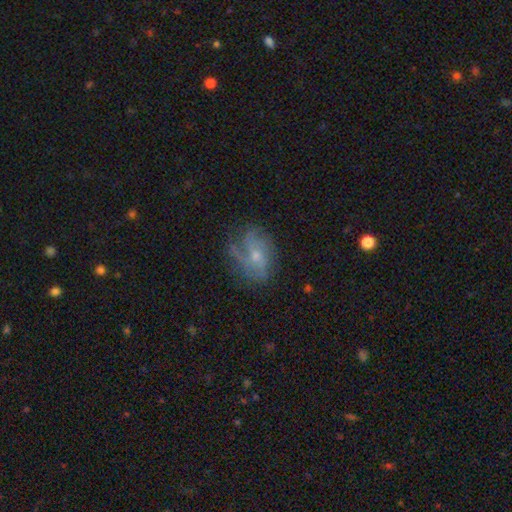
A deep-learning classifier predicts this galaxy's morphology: The model was most divided on "spiral winding": medium: 40%, loose: 31%, tight: 29%. Remaining: edge-on disk — no (96%); spiral arms — yes (82%); bar — no (71%); smooth or featured — featured or disk (65%); bulge size — small (59%); merging — none (58%); spiral arm count — can't tell (35%).